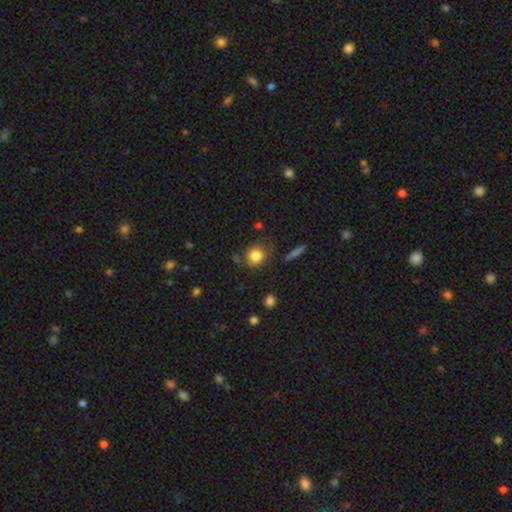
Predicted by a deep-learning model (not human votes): smooth_or_featured: smooth (p=0.82) [alt: star or artifact p=0.10]
how_rounded: round (p=0.78) [alt: in between p=0.21]
merging: none (p=0.72) [alt: minor disturbance p=0.18]